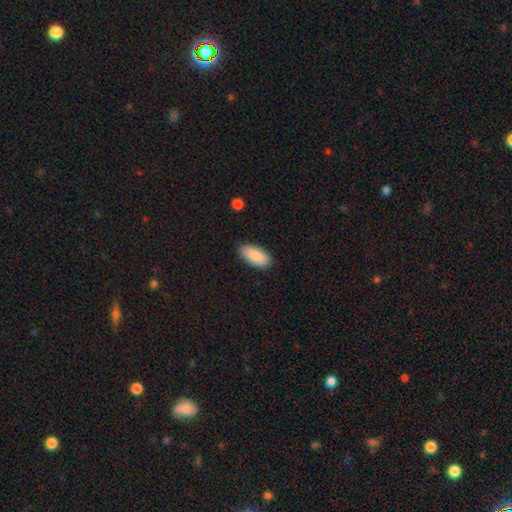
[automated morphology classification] Overall: smooth (89%). How rounded: in between (92%). Merging: none (87%).